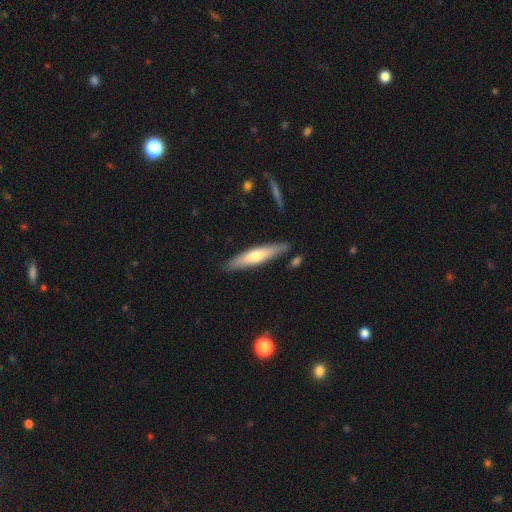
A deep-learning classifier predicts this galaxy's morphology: Overall: smooth (57%; featured or disk 38%). How rounded: cigar-shaped (86%). Merging: none (87%).